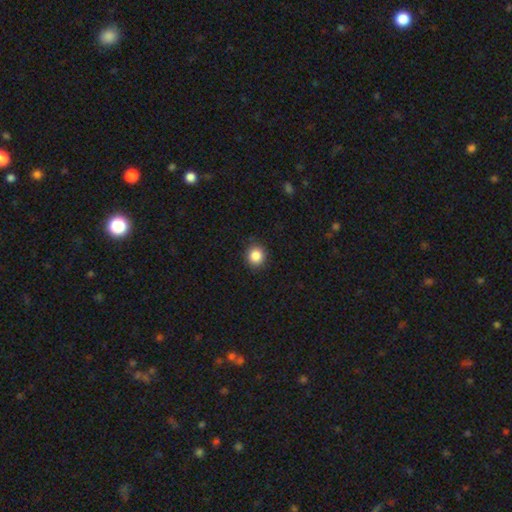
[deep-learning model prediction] Smooth or featured? Predicted: smooth (p=0.87). How rounded? Predicted: round (p=0.89). Merging? Predicted: none (p=0.91).